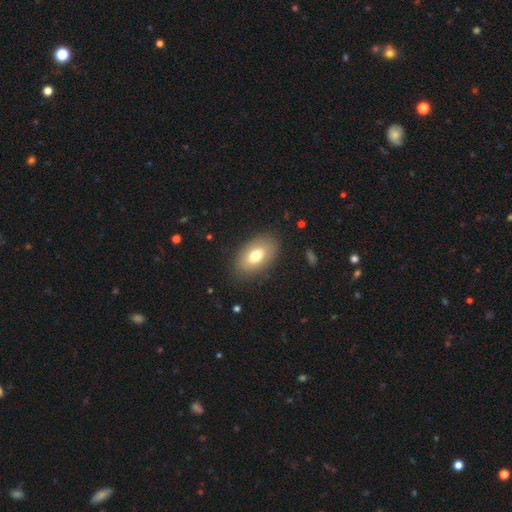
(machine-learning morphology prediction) type=smooth (72%); roundness=in between (91%); merging=none (85%).